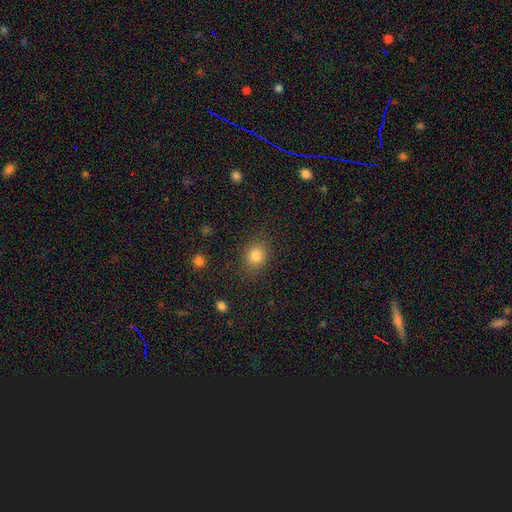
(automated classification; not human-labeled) Smooth or featured? smooth (83%)
How rounded? round (60%)
Merging? none (85%)